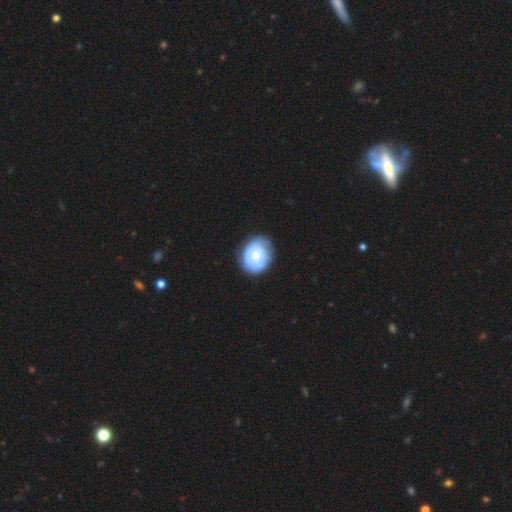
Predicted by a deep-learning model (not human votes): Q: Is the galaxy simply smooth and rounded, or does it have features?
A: smooth — 52%.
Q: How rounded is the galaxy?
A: round — 58%.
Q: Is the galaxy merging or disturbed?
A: none — 70%.